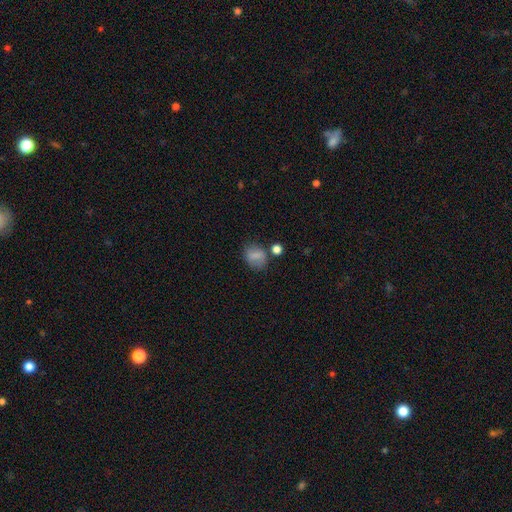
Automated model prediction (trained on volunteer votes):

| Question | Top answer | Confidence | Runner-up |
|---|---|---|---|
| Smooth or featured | smooth | 76% | featured or disk (13%) |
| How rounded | in between | 55% | round (44%) |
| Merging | none | 63% | minor disturbance (20%) |